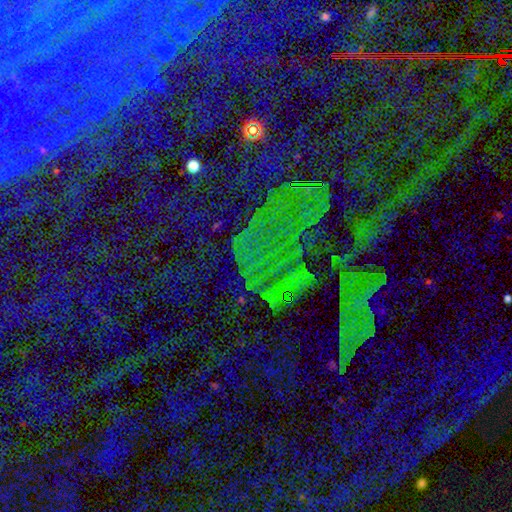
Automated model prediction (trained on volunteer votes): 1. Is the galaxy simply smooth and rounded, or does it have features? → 77% star or artifact, 14% smooth, 10% featured or disk.